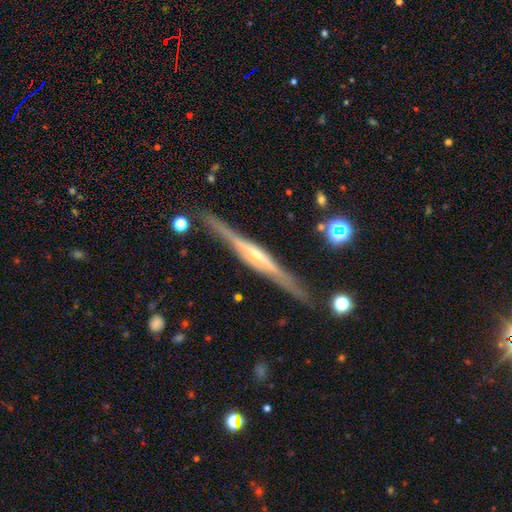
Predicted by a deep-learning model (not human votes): This is clearly a featured or disk galaxy (83%). It is clearly viewed edge-on (98%). Edge-on bulge: likely rounded (72%). Merging: clearly none (89%).